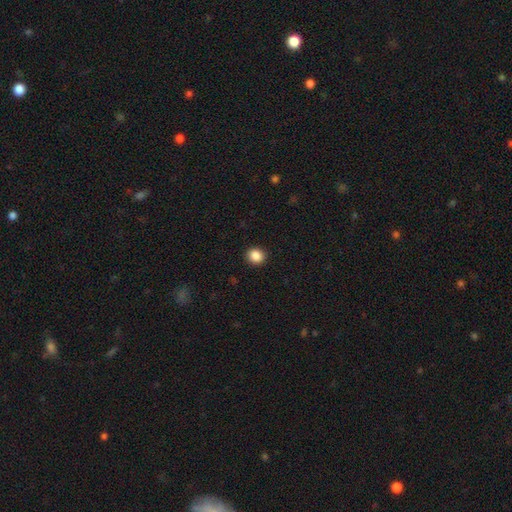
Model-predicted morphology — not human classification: Overall: smooth (87%). How rounded: round (82%). Merging: none (92%).